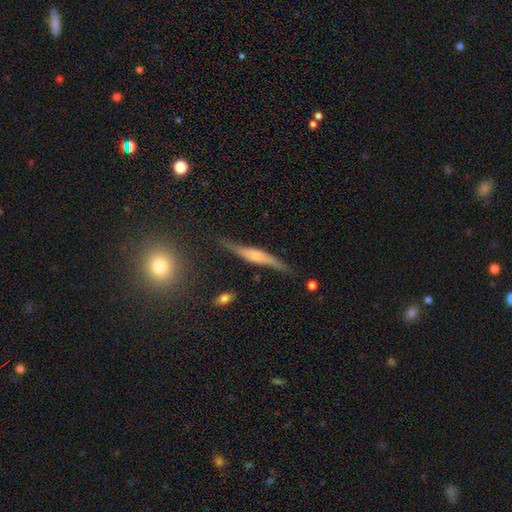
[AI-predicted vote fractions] smooth-or-featured: featured or disk: 68% | smooth: 25% | star or artifact: 8%
  disk-edge-on: yes: 93% | no: 7%
    edge-on-bulge: rounded: 50% | boxy: 38% | none: 11%
  merging: none: 78% | minor disturbance: 16% | major disturbance: 4% | merger: 2%